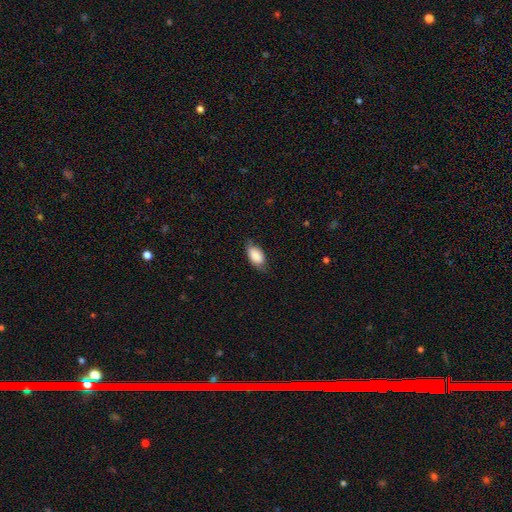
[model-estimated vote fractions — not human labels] Smooth or featured? Predicted: smooth (p=0.83). How rounded? Predicted: in between (p=0.92). Merging? Predicted: none (p=0.68).